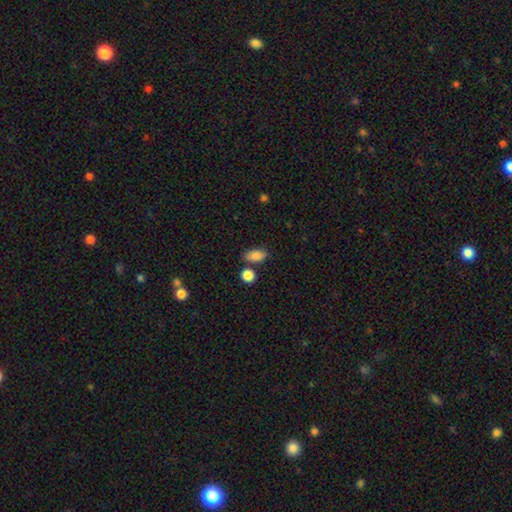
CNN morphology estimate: Q: Smooth or featured?
A: smooth (85%); runner-up: star or artifact (9%)
Q: How rounded?
A: in between (86%); runner-up: round (9%)
Q: Merging?
A: none (72%); runner-up: minor disturbance (15%)